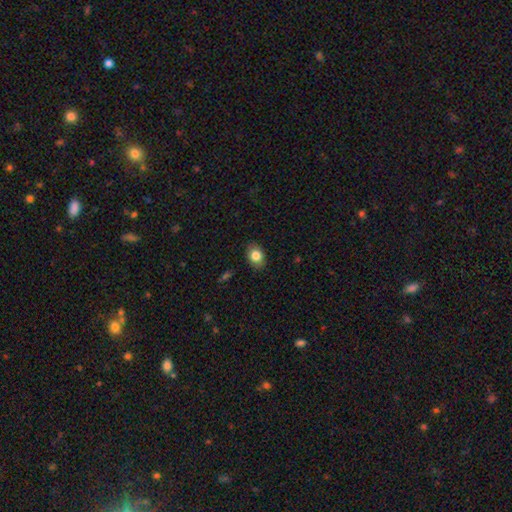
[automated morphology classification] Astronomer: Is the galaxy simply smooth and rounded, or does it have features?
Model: smooth — 82%.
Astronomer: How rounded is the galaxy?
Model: in between — 69%.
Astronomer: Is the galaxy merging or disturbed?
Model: none — 87%.